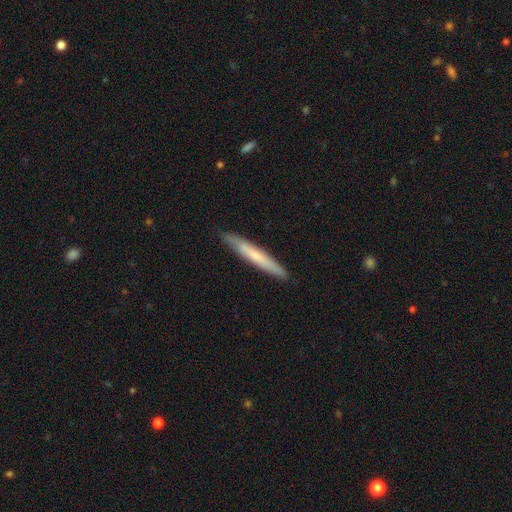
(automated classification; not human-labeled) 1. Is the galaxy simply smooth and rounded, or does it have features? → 60% smooth, 34% featured or disk, 5% star or artifact.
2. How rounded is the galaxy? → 95% cigar-shaped, 3% in between, 1% round.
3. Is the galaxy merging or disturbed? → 88% none, 10% minor disturbance, 1% major disturbance, 1% merger.